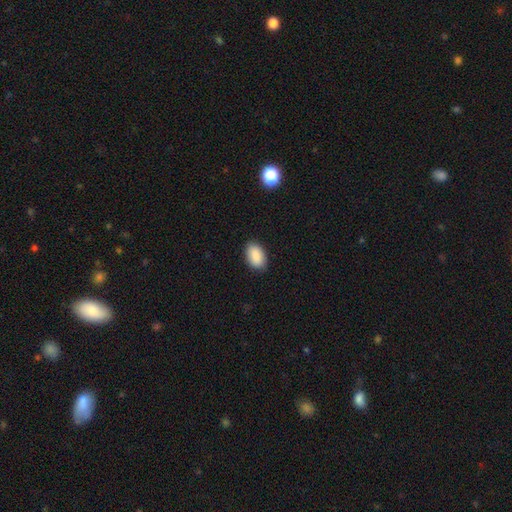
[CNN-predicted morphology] Overall: smooth (89%). How rounded: in between (92%). Merging: none (86%).